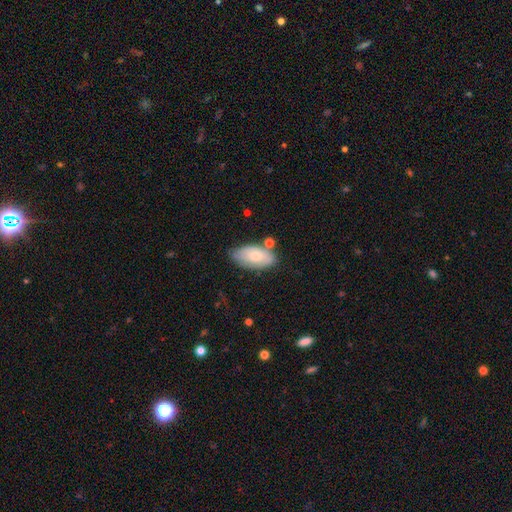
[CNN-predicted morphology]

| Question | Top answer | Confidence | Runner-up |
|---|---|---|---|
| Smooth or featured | smooth | 71% | featured or disk (23%) |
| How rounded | in between | 93% | cigar-shaped (4%) |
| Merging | none | 66% | minor disturbance (22%) |